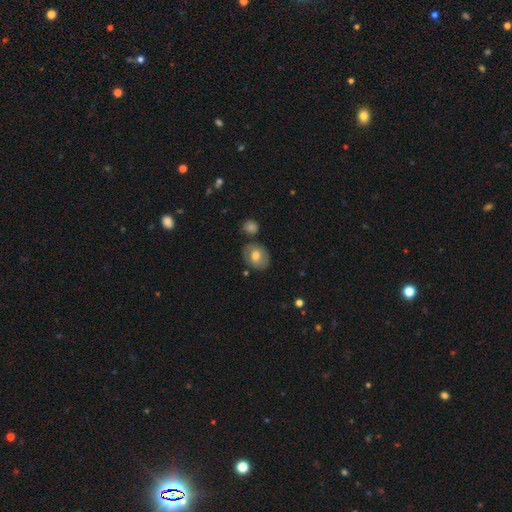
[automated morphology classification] A smooth galaxy with no disk features (63%) that is round (57%).

Vote fractions:
- Smooth or featured? smooth: 63% / featured or disk: 29% / star or artifact: 8%
- How rounded? round: 57% / in between: 42% / cigar-shaped: 1%
- Merging? none: 74% / minor disturbance: 15% / merger: 6% / major disturbance: 4%